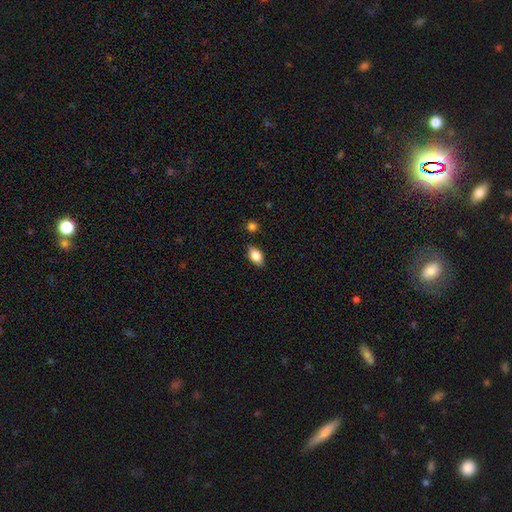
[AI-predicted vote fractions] The model was most divided on "smooth or featured": smooth: 78%, featured or disk: 14%, star or artifact: 8%. More confident: how rounded — in between (85%); merging — none (80%).